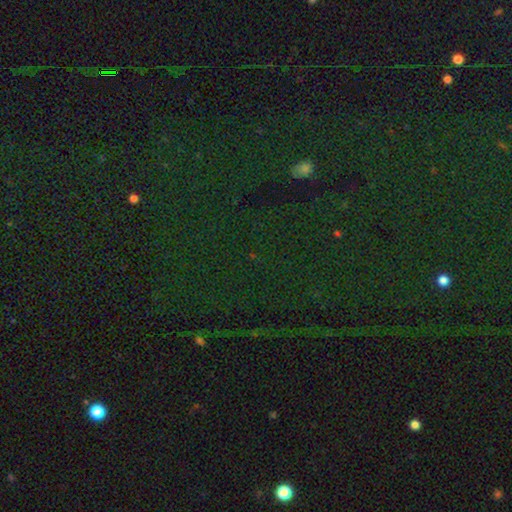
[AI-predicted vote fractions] smooth_or_featured: star or artifact (p=0.79) [alt: smooth p=0.13]